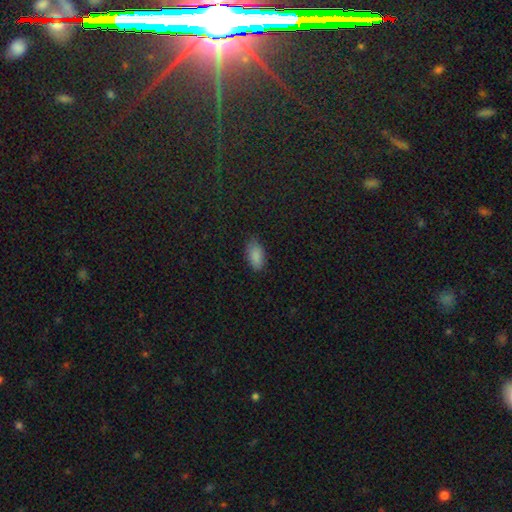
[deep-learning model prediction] Overall: smooth (87%). How rounded: in between (93%). Merging: none (80%).